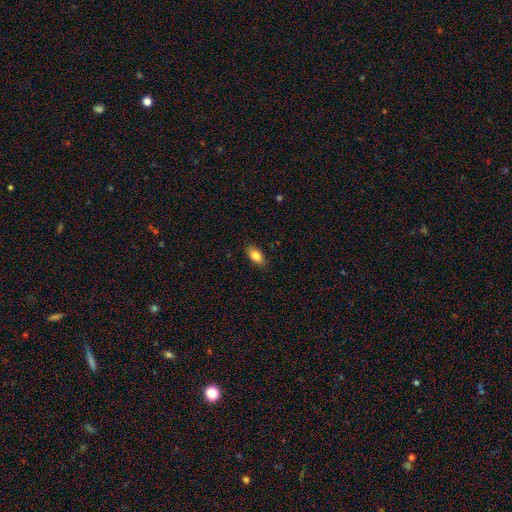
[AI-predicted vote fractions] Overall: smooth (82%). How rounded: in between (89%). Merging: none (87%).